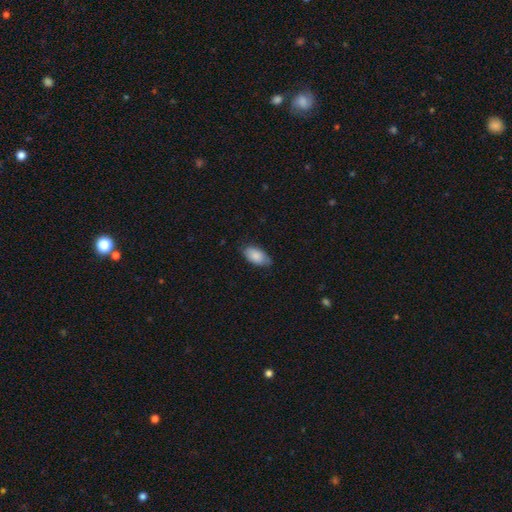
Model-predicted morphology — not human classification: This is clearly a smooth galaxy (86%). How rounded: clearly in between (94%). Merging: likely none (76%).